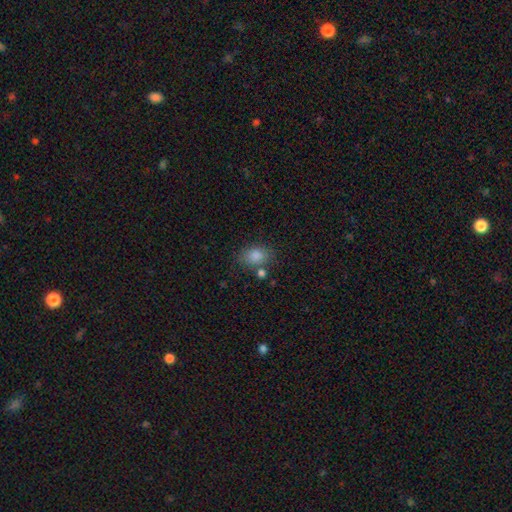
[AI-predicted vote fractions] This is clearly a smooth galaxy (83%). How rounded: likely in between (74%). Merging: likely none (71%).